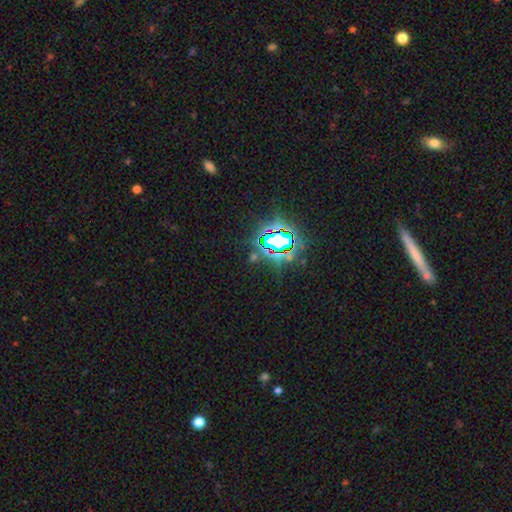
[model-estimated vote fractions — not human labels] star or artifact 79%, smooth 12%, featured or disk 9%.